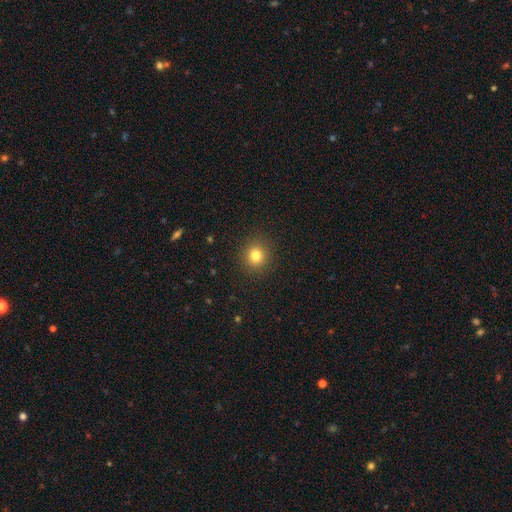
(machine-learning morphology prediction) Smooth or featured? Predicted: smooth (p=0.81). How rounded? Predicted: round (p=0.89). Merging? Predicted: none (p=0.91).